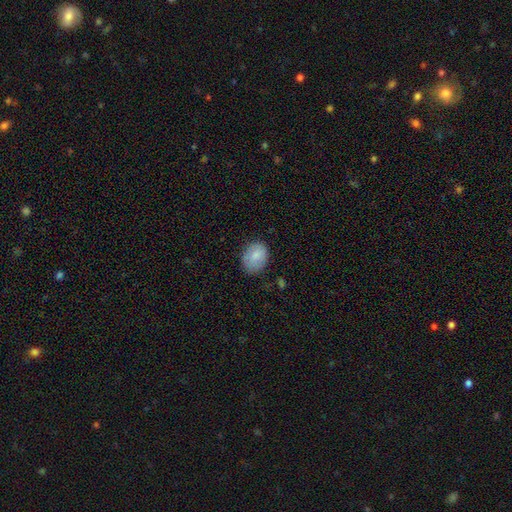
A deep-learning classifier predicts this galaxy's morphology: Smooth or featured? Predicted: smooth (p=0.84). How rounded? Predicted: in between (p=0.64). Merging? Predicted: none (p=0.77).